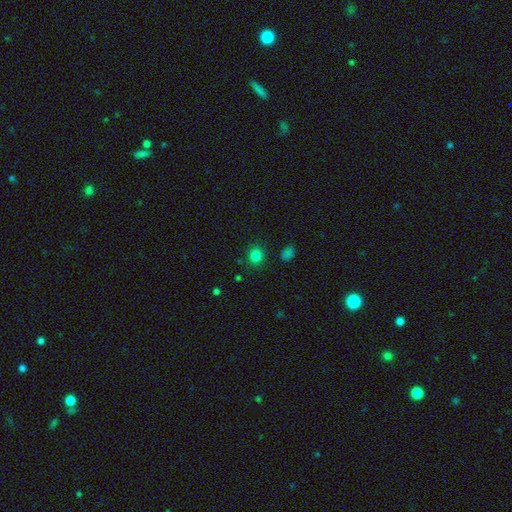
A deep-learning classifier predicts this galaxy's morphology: A smooth galaxy with no disk features (82%) that is round (80%). Merging: none (87%).